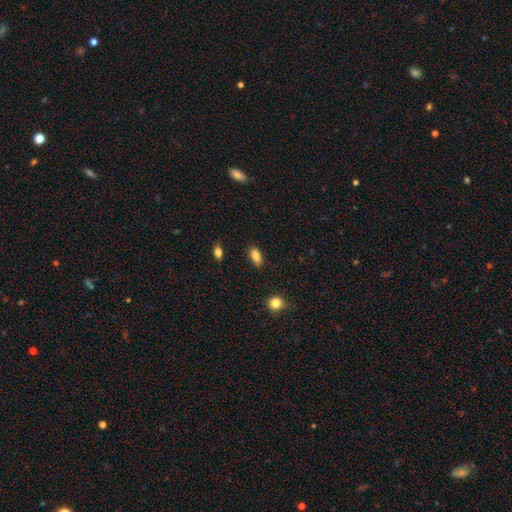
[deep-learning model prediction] smooth_or_featured: smooth (p=0.84) [alt: star or artifact p=0.09]
how_rounded: in between (p=0.88) [alt: cigar-shaped p=0.08]
merging: none (p=0.79) [alt: minor disturbance p=0.16]